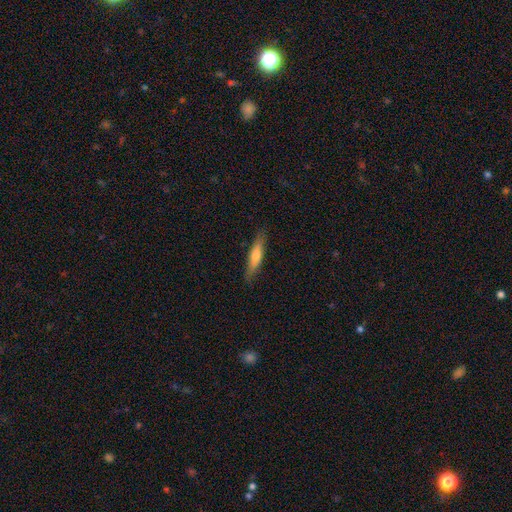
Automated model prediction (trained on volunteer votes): Overall: smooth (56%; featured or disk 38%). How rounded: cigar-shaped (82%). Merging: none (86%).